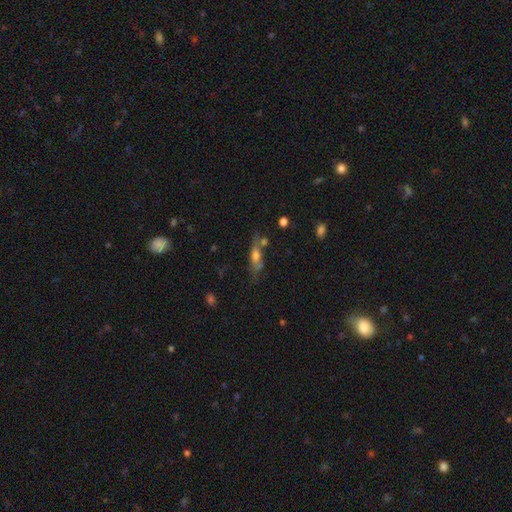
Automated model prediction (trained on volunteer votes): Morphology: type=smooth (54%); roundness=in between (50%); merging=none (51%).